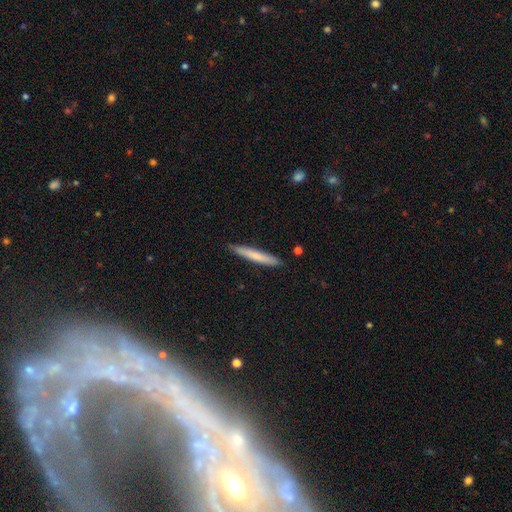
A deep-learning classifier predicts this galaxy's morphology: The model was most divided on "smooth or featured": smooth: 68%, featured or disk: 27%, star or artifact: 5%. More confident: how rounded — cigar-shaped (96%); merging — none (89%).